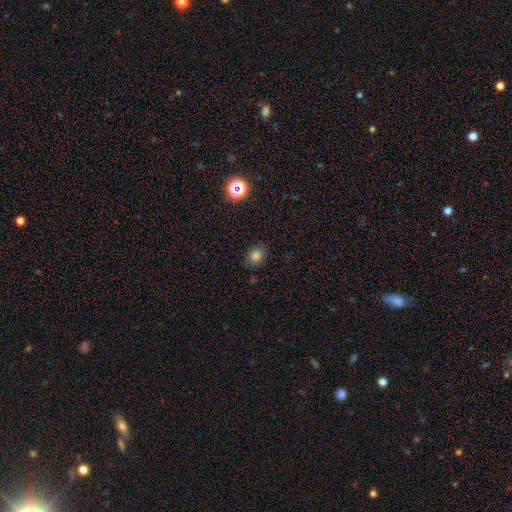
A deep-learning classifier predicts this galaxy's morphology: Overall: smooth (78%). How rounded: round (60%; in between 39%). Merging: none (85%).